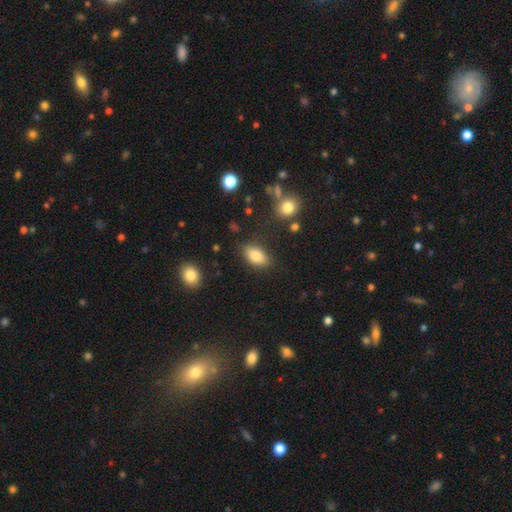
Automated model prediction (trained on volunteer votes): The model was most divided on "merging": none: 81%, minor disturbance: 13%, major disturbance: 4%, merger: 3%. More confident: how rounded — in between (90%); smooth or featured — smooth (83%).